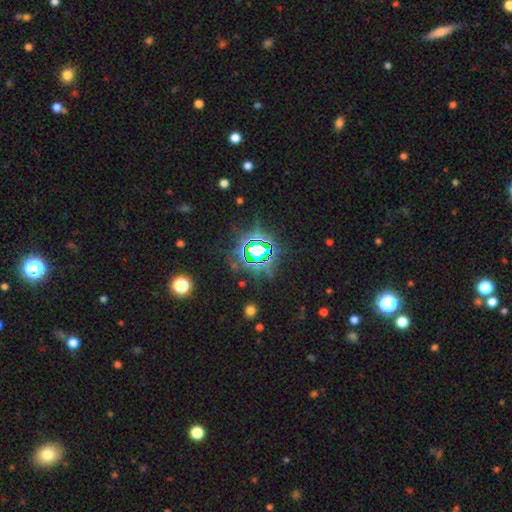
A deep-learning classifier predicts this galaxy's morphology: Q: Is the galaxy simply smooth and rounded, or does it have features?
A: star or artifact — 75%.